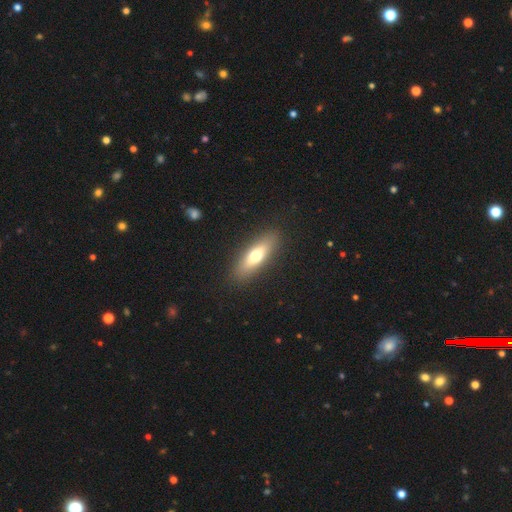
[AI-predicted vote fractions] Overall: smooth (65%; featured or disk 28%). How rounded: cigar-shaped (51%; in between 46%). Merging: none (89%).